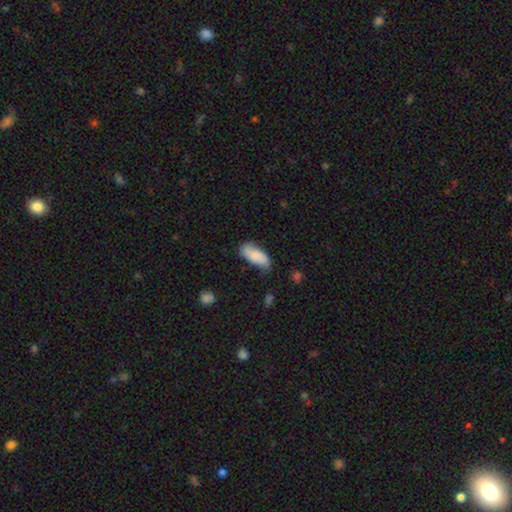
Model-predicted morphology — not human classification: Smooth or featured: smooth — 76% (featured or disk — 18%)
How rounded: in between — 84% (cigar-shaped — 14%)
Merging: none — 61% (minor disturbance — 29%)